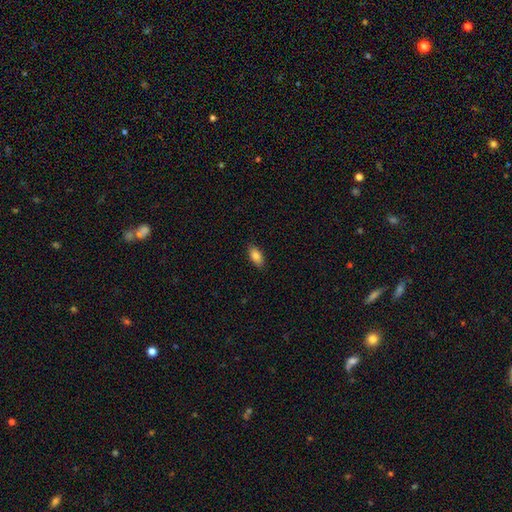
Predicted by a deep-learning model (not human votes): smooth_or_featured: smooth (p=0.85) [alt: featured or disk p=0.07]
how_rounded: in between (p=0.90) [alt: cigar-shaped p=0.07]
merging: none (p=0.87) [alt: minor disturbance p=0.10]